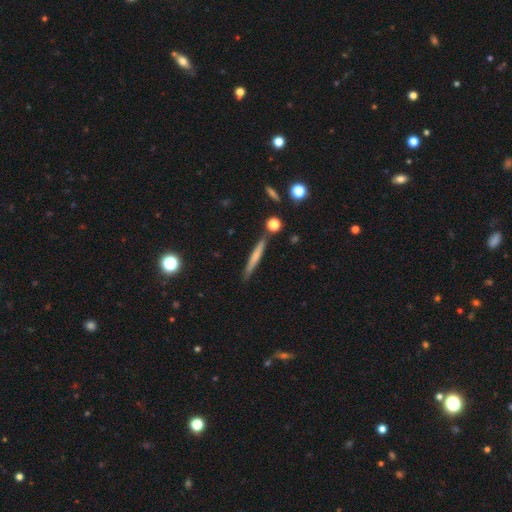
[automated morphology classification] Smooth or featured? smooth (59%)
How rounded? cigar-shaped (95%)
Merging? none (85%)